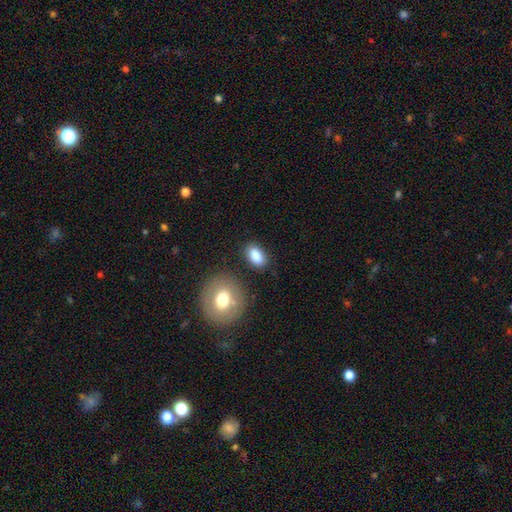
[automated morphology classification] type=smooth (84%); roundness=in between (89%); merging=none (81%).